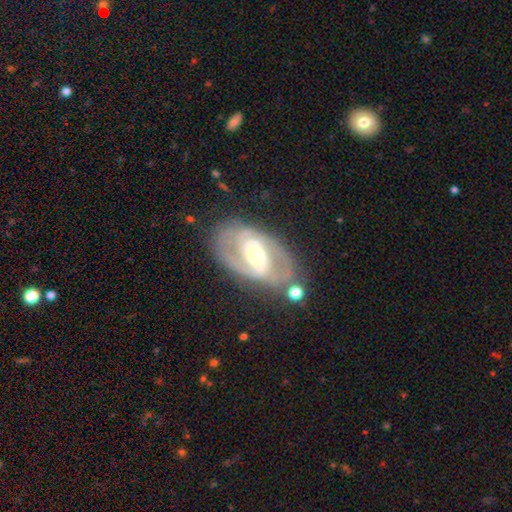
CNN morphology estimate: Smooth or featured? featured or disk (84%)
Edge-on disk? no (95%)
Bar? strong (42%)
Spiral arms? yes (87%)
Spiral winding? medium (44%)
Spiral arm count? 2 (76%)
Bulge size? moderate (66%)
Merging? none (69%)